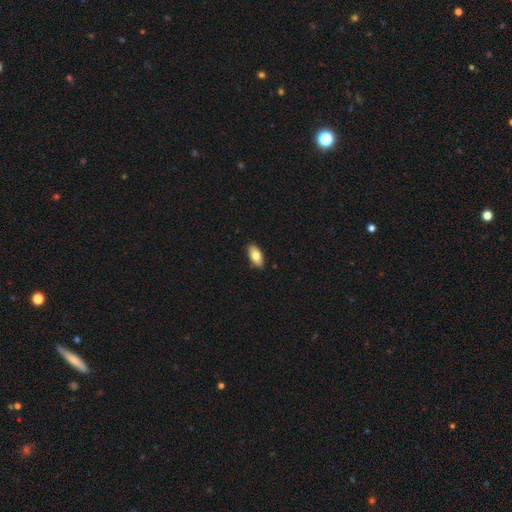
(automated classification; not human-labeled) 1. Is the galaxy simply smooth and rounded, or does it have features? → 78% smooth, 15% featured or disk, 6% star or artifact.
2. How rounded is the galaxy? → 91% in between, 6% cigar-shaped, 3% round.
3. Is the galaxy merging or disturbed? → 88% none, 9% minor disturbance, 2% major disturbance, 1% merger.